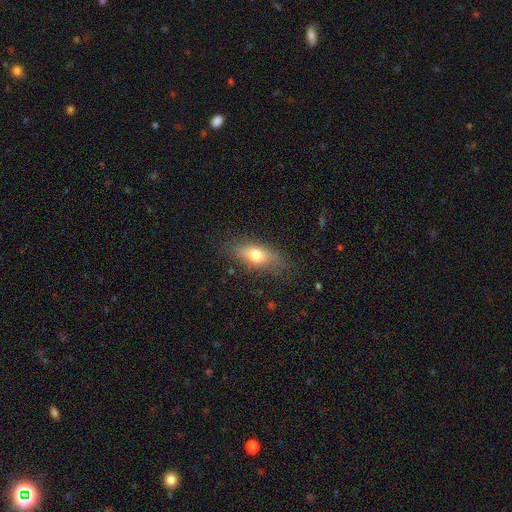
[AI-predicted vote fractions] This is likely a smooth galaxy (70%). How rounded: likely in between (77%). Merging: likely none (74%).